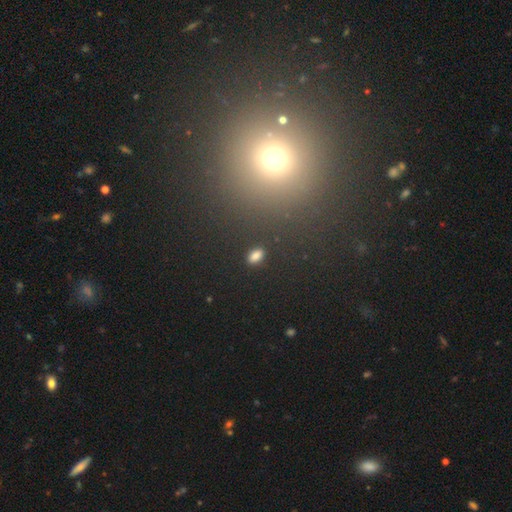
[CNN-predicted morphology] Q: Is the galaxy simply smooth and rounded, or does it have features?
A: smooth — 81%.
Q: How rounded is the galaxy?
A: in between — 87%.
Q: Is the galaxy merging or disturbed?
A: none — 88%.